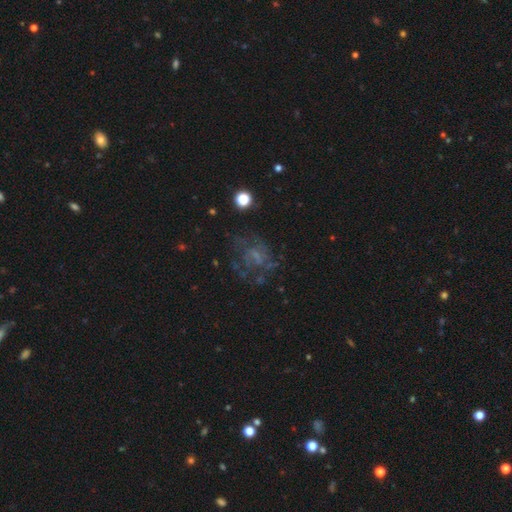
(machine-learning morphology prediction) Smooth or featured? featured or disk (58%)
Edge-on disk? no (97%)
Bar? no (60%)
Spiral arms? yes (57%)
Bulge size? none (51%)
Merging? none (55%)